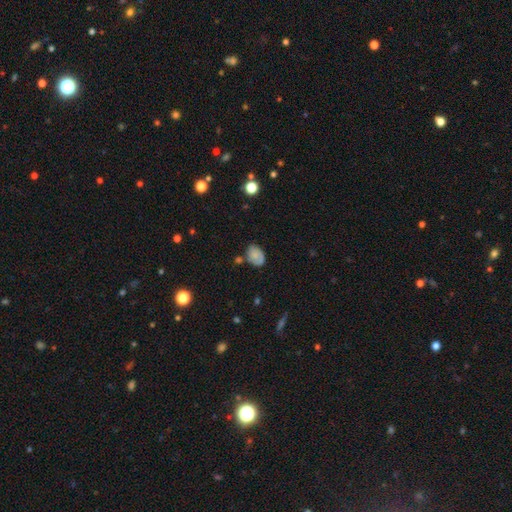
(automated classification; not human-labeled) smooth-or-featured: smooth: 66% | featured or disk: 24% | star or artifact: 10%
  how-rounded: in between: 73% | round: 26% | cigar-shaped: 1%
  merging: none: 59% | minor disturbance: 25% | merger: 9% | major disturbance: 7%